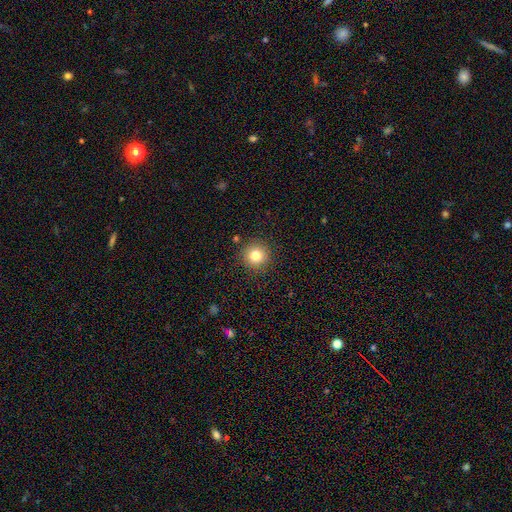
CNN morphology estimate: Smooth or featured: smooth — 81% (star or artifact — 12%)
How rounded: round — 95% (in between — 4%)
Merging: none — 90% (minor disturbance — 6%)